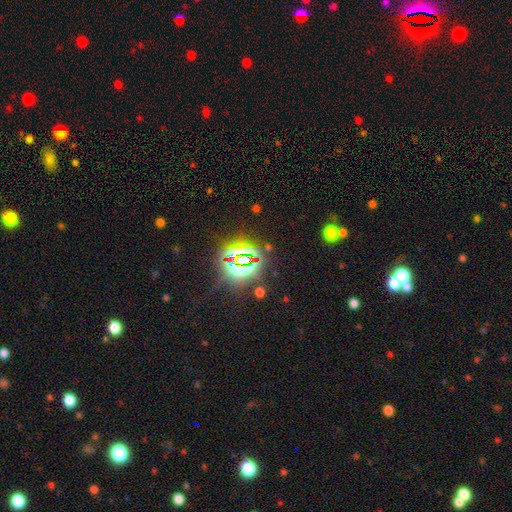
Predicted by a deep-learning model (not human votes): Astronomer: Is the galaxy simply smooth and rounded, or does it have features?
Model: star or artifact — 81%.